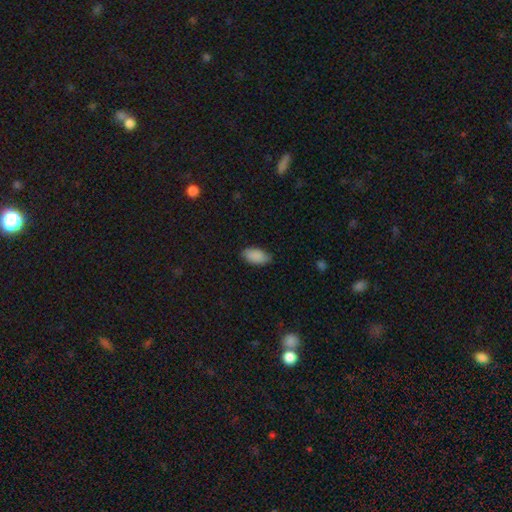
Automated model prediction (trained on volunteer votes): Q: Smooth or featured?
A: smooth (88%); runner-up: star or artifact (7%)
Q: How rounded?
A: in between (94%); runner-up: round (3%)
Q: Merging?
A: none (75%); runner-up: minor disturbance (21%)